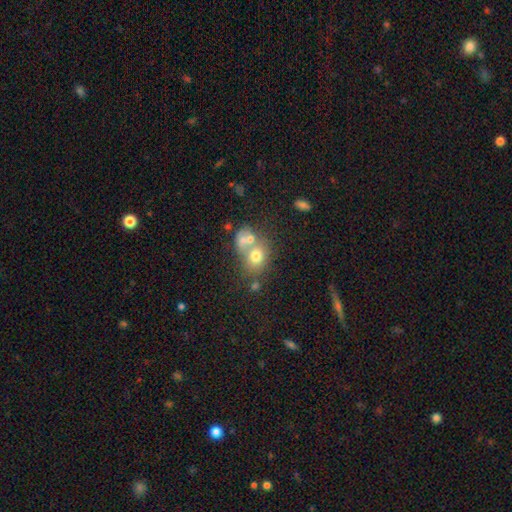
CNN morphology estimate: Smooth or featured? smooth (66%)
How rounded? round (58%)
Merging? merger (53%)